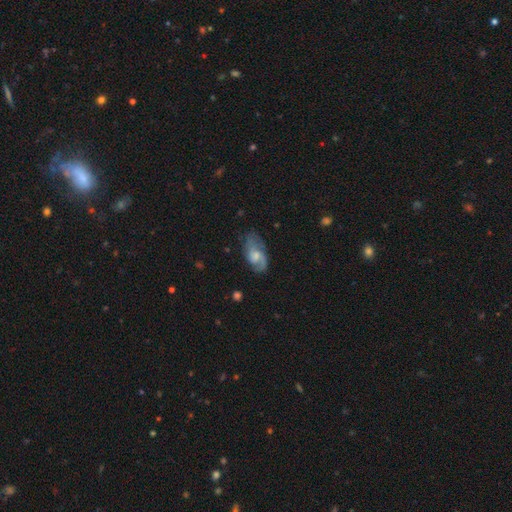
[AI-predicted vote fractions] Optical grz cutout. It shows a featured or disk galaxy (61%) with no bar (56%), 2 (66%) medium (46%) spiral arms (87%) and a moderate central bulge (43%). Merging: none (60%).